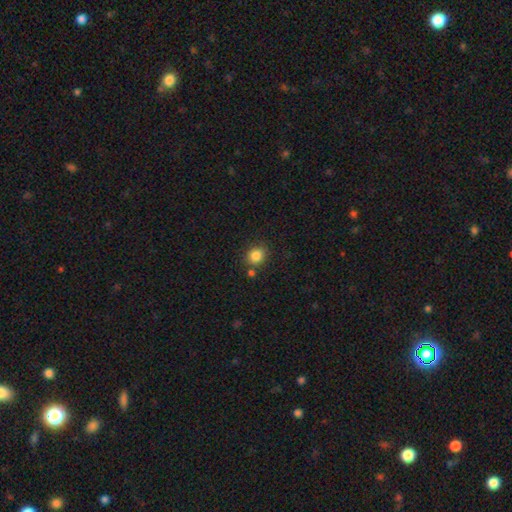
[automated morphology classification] smooth 85%, star or artifact 10%, featured or disk 5%. Down the decision tree: how rounded — round (76%); merging — none (77%).